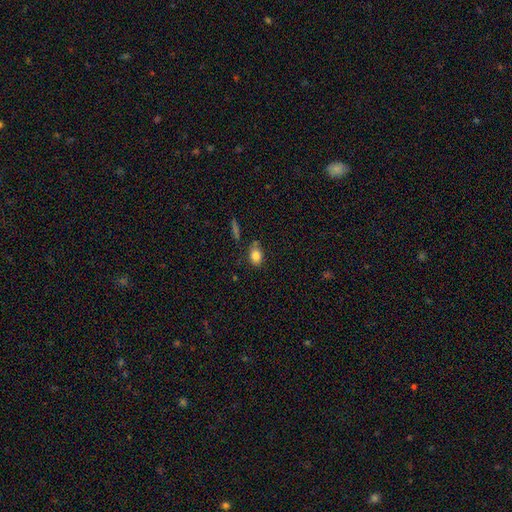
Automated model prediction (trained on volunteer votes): smooth_or_featured: smooth (p=0.83) [alt: star or artifact p=0.09]
how_rounded: in between (p=0.70) [alt: round p=0.28]
merging: none (p=0.71) [alt: minor disturbance p=0.18]